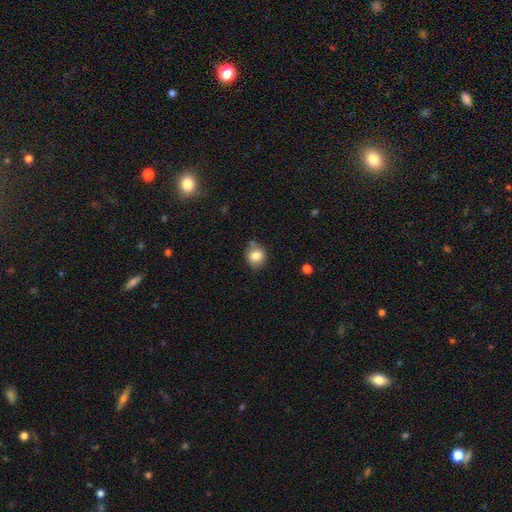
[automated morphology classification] A smooth galaxy with no disk features (82%) that is round (83%). Merging: none (76%).